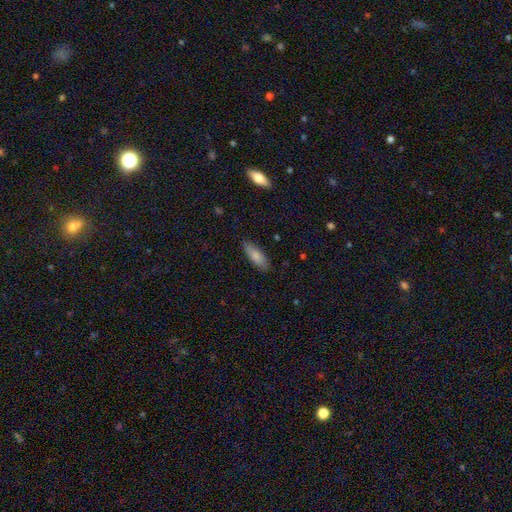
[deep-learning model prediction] Overall: smooth (81%). How rounded: in between (60%; cigar-shaped 38%). Merging: none (85%).